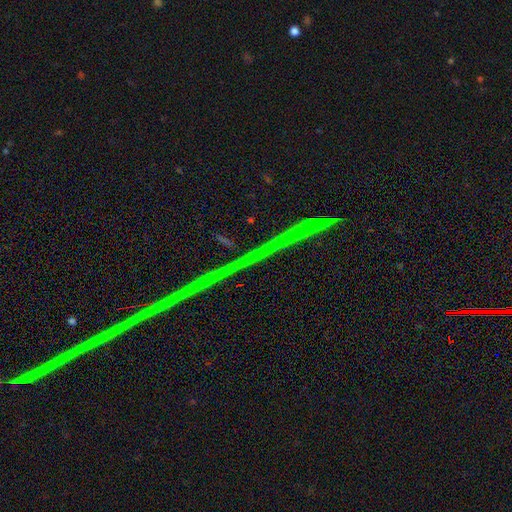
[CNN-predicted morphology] The model was most divided on "smooth or featured": star or artifact: 78%, featured or disk: 14%, smooth: 8%.